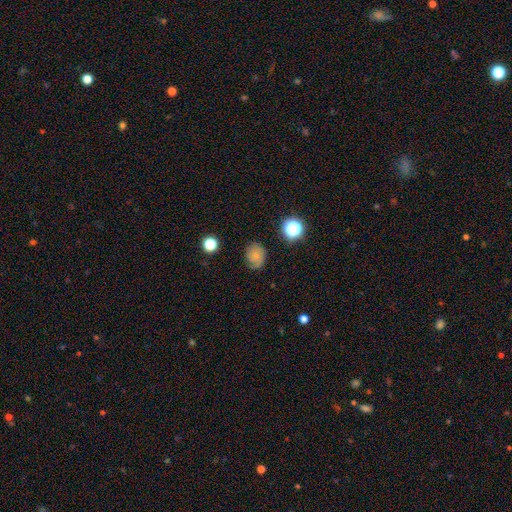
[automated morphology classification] A smooth galaxy with no disk features (70%) that is round (53%).

Vote fractions:
- Smooth or featured? smooth: 70% / star or artifact: 15% / featured or disk: 14%
- How rounded? round: 53% / in between: 46% / cigar-shaped: 1%
- Merging? none: 73% / minor disturbance: 20% / major disturbance: 5% / merger: 2%